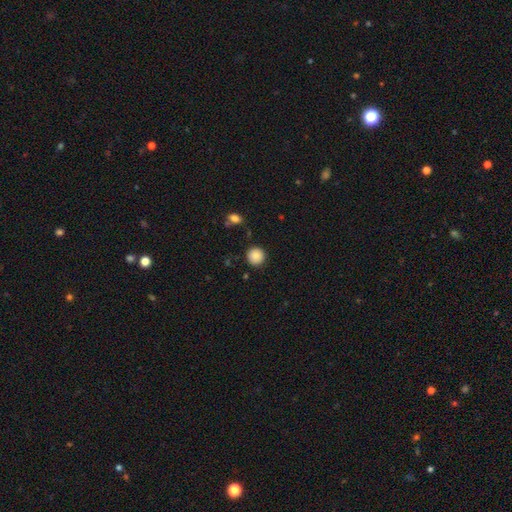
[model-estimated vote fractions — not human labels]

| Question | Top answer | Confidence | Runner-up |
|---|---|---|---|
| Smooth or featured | smooth | 85% | star or artifact (9%) |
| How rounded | round | 94% | in between (5%) |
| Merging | none | 89% | minor disturbance (7%) |